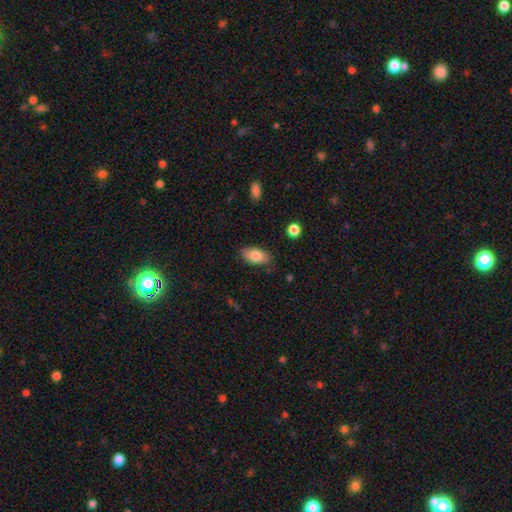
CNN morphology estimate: The model was most divided on "merging": none: 82%, minor disturbance: 14%, major disturbance: 3%, merger: 1%. More confident: how rounded — in between (93%); smooth or featured — smooth (82%).